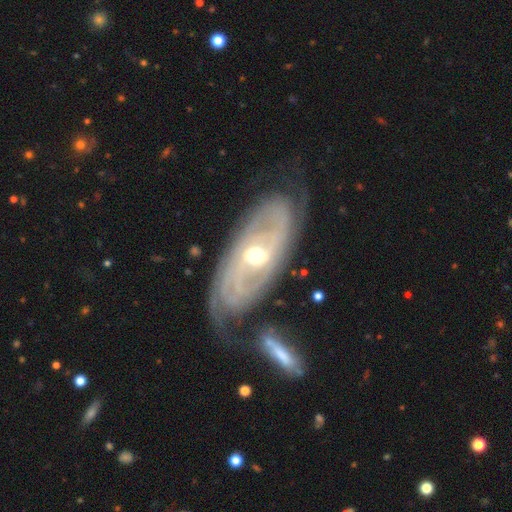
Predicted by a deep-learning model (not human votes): Morphology: type=featured or disk (86%); edge-on=no (90%); bar=no (42%); spiral arms=yes (89%); winding=tight (64%); arm count=2 (38%); bulge=moderate (72%); merging=none (68%).